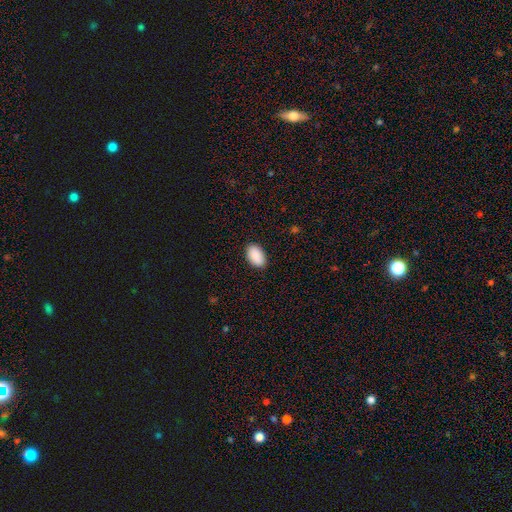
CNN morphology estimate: smooth_or_featured: smooth (p=0.91) [alt: star or artifact p=0.06]
how_rounded: in between (p=0.93) [alt: round p=0.05]
merging: none (p=0.89) [alt: minor disturbance p=0.08]